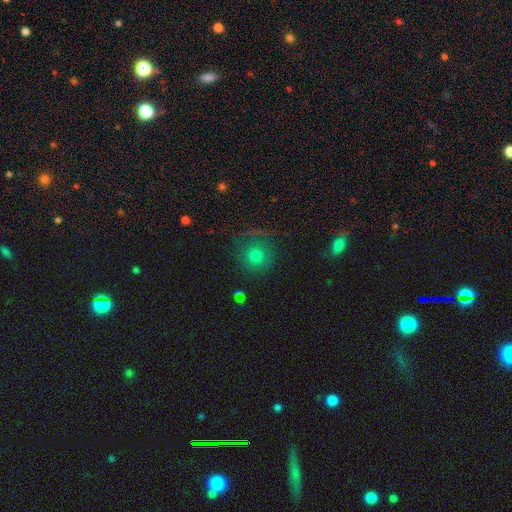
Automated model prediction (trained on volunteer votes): Smooth or featured?
  - smooth: 65% *
  - star or artifact: 19%
  - featured or disk: 15%
How rounded?
  - round: 91% *
  - in between: 8%
  - cigar-shaped: 1%
Merging?
  - none: 73% *
  - minor disturbance: 15%
  - major disturbance: 9%
  - merger: 2%